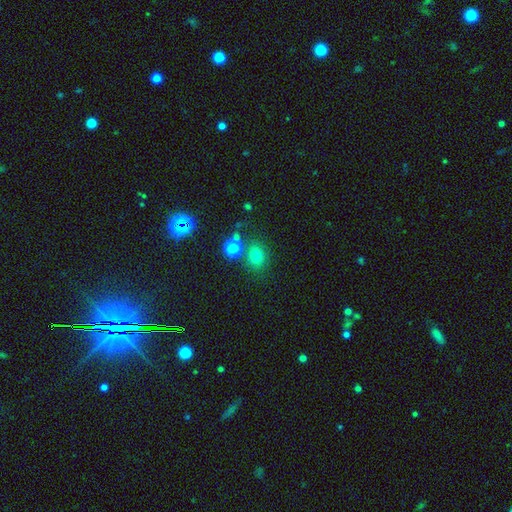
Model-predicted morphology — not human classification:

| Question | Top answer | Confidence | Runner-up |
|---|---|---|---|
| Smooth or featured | smooth | 73% | star or artifact (19%) |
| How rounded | round | 68% | in between (31%) |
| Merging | none | 72% | merger (12%) |